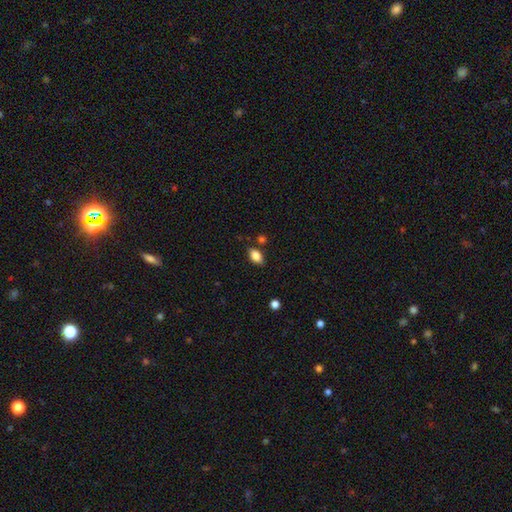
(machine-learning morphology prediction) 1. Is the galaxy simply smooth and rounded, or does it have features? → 84% smooth, 9% star or artifact, 7% featured or disk.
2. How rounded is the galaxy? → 87% in between, 11% round, 2% cigar-shaped.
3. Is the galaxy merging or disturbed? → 78% none, 14% minor disturbance, 5% merger, 3% major disturbance.